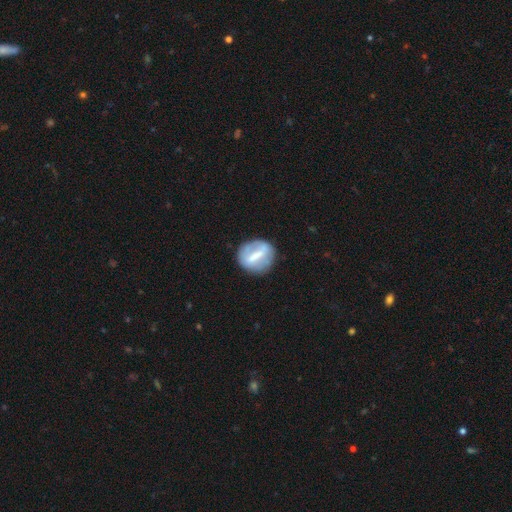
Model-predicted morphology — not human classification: Smooth or featured? featured or disk (51%)
Edge-on disk? no (89%)
Merging? none (74%)